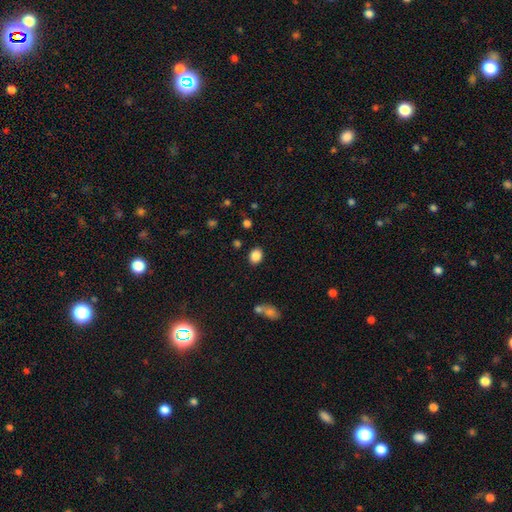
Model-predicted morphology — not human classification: Q: Smooth or featured?
A: smooth (86%); runner-up: star or artifact (10%)
Q: How rounded?
A: in between (55%); runner-up: round (44%)
Q: Merging?
A: none (85%); runner-up: minor disturbance (9%)